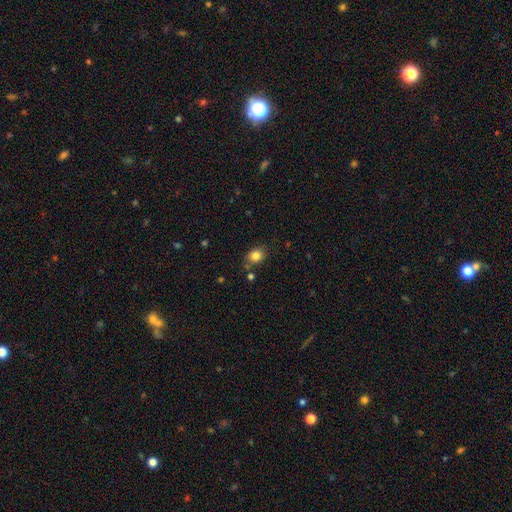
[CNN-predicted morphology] Smooth or featured?
  - smooth: 83% *
  - star or artifact: 10%
  - featured or disk: 7%
How rounded?
  - round: 52% *
  - in between: 47%
  - cigar-shaped: 1%
Merging?
  - none: 72% *
  - minor disturbance: 17%
  - merger: 6%
  - major disturbance: 5%